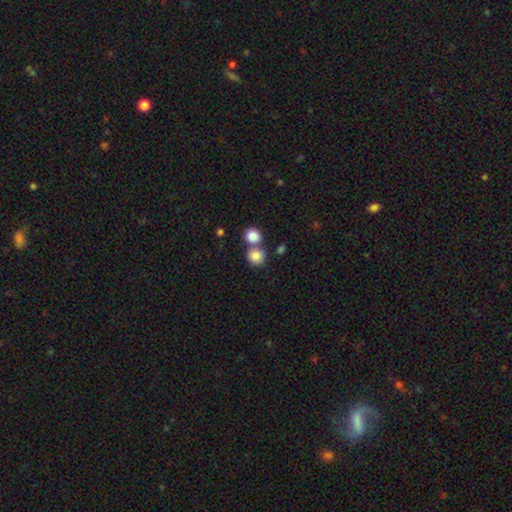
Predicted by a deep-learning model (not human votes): Overall: smooth (84%). How rounded: round (88%). Merging: none (57%; merger 33%).